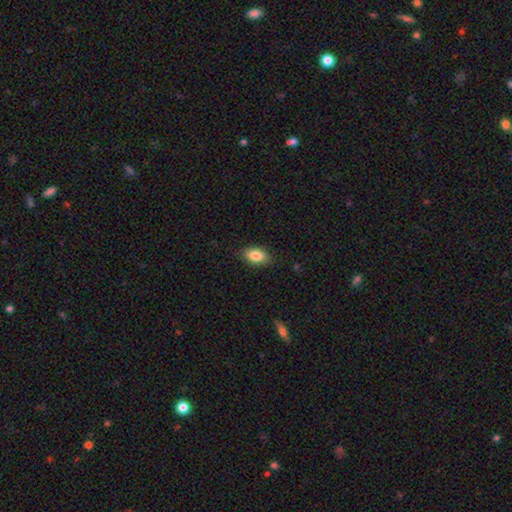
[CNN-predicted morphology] type=smooth (85%); roundness=in between (90%); merging=none (85%).